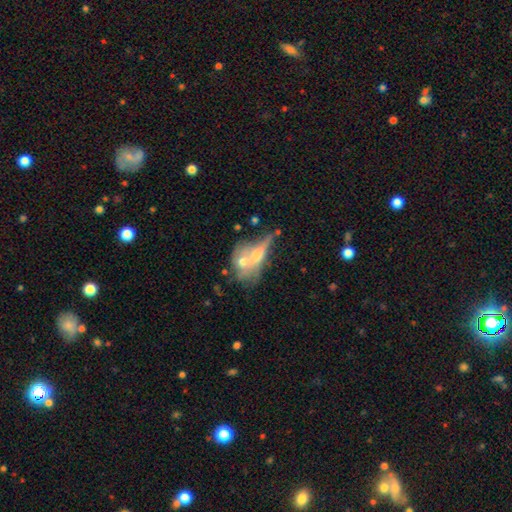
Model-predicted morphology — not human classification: This appears to be a featured or disk galaxy (53%). Merging: merger (56%).